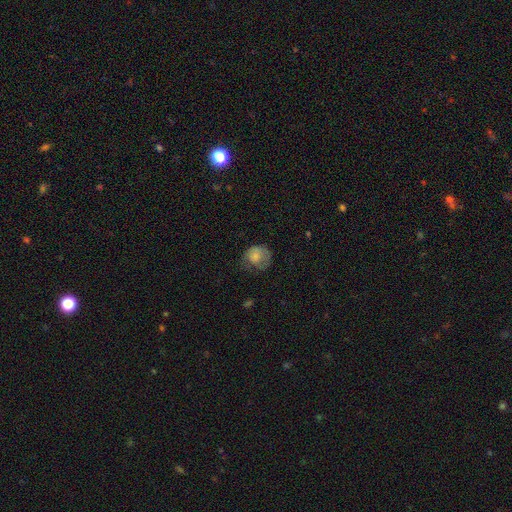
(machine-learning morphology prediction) A smooth galaxy with no disk features (72%) that is round (74%).

Vote fractions:
- Smooth or featured? smooth: 72% / featured or disk: 20% / star or artifact: 9%
- How rounded? round: 74% / in between: 25% / cigar-shaped: 1%
- Merging? none: 42% / minor disturbance: 29% / major disturbance: 27% / merger: 2%